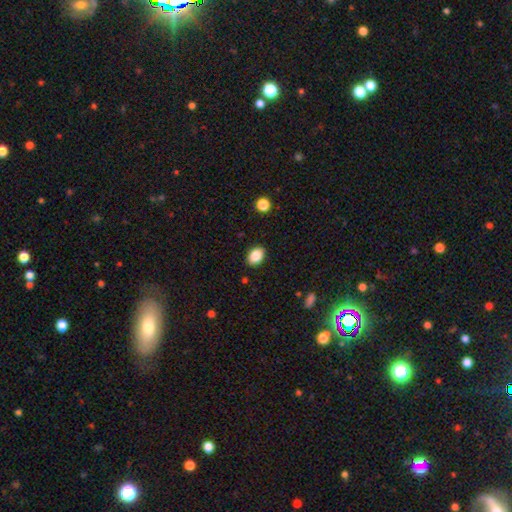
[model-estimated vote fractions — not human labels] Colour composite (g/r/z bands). It shows a smooth galaxy with no disk features (87%) that is in between round and cigar-shaped (79%). Merging: none (89%).